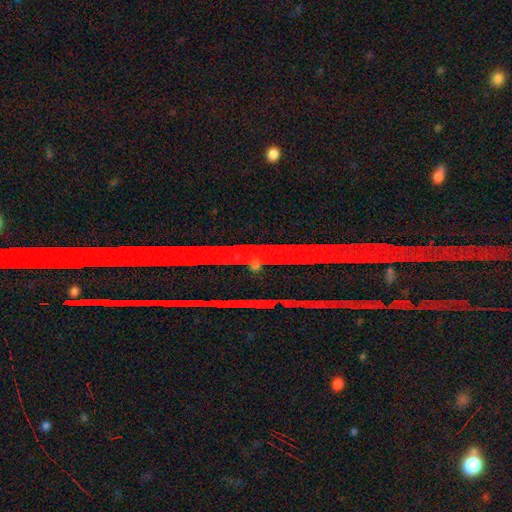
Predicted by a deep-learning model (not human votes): This appears to be a star or artifact, not a galaxy (88%).